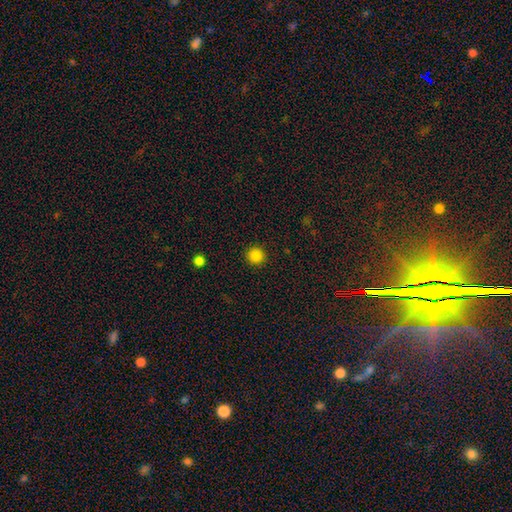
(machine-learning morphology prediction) This is clearly a smooth galaxy (85%). How rounded: clearly round (95%). Merging: clearly none (92%).